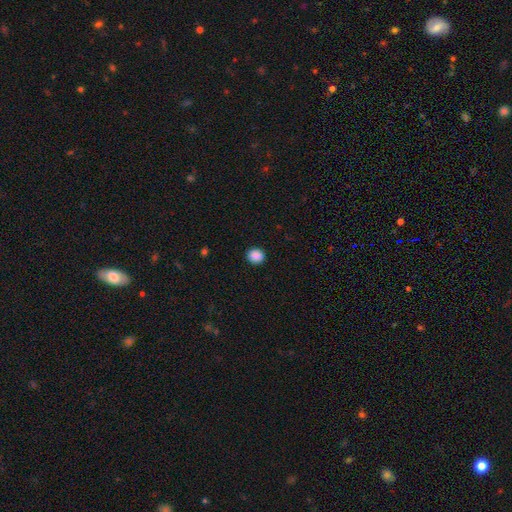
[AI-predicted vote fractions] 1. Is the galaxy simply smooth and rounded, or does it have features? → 88% smooth, 9% star or artifact, 3% featured or disk.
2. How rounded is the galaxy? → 79% round, 20% in between, 1% cigar-shaped.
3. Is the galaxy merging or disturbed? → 90% none, 7% minor disturbance, 2% major disturbance, 1% merger.